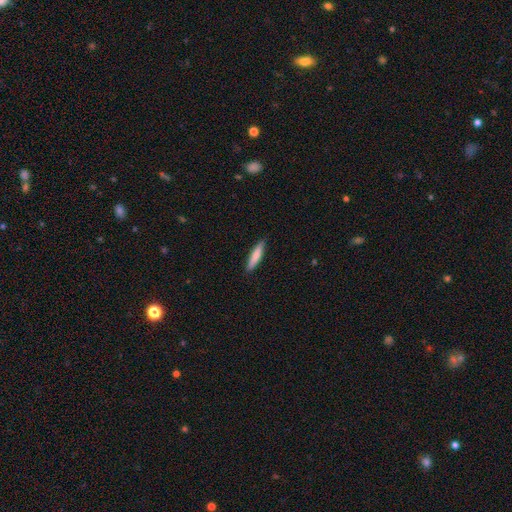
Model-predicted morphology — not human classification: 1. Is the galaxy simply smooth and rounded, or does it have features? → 81% smooth, 13% featured or disk, 5% star or artifact.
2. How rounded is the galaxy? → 85% cigar-shaped, 13% in between, 1% round.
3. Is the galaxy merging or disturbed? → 89% none, 8% minor disturbance, 2% major disturbance, 1% merger.